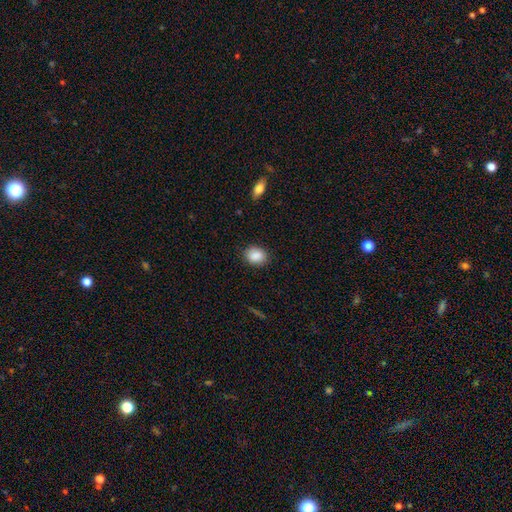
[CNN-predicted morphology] Smooth or featured? Predicted: smooth (p=0.88). How rounded? Predicted: in between (p=0.56). Merging? Predicted: none (p=0.86).